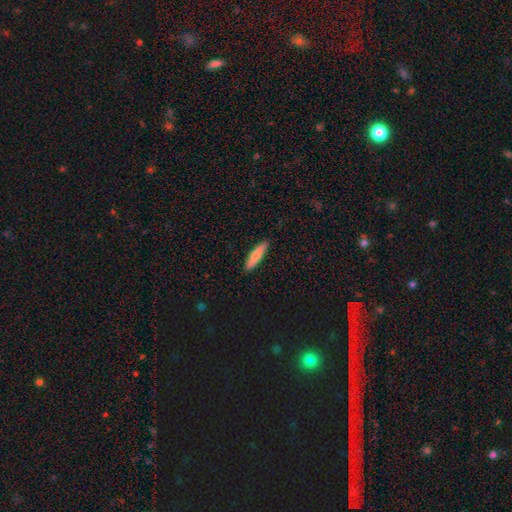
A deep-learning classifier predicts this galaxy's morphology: The model was most divided on "smooth or featured": smooth: 79%, featured or disk: 15%, star or artifact: 6%. More confident: merging — none (90%); how rounded — cigar-shaped (82%).